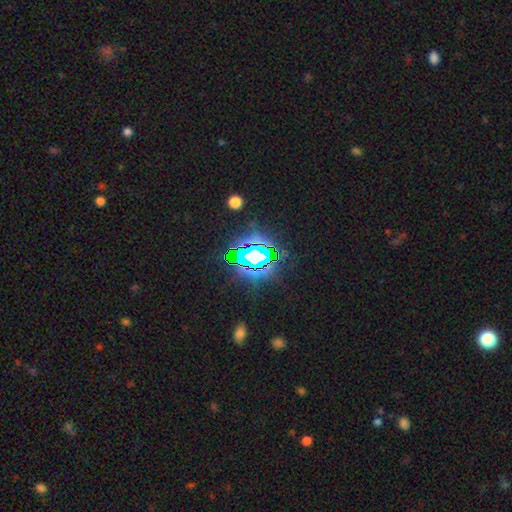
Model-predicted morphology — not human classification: Overall: star or artifact (75%).